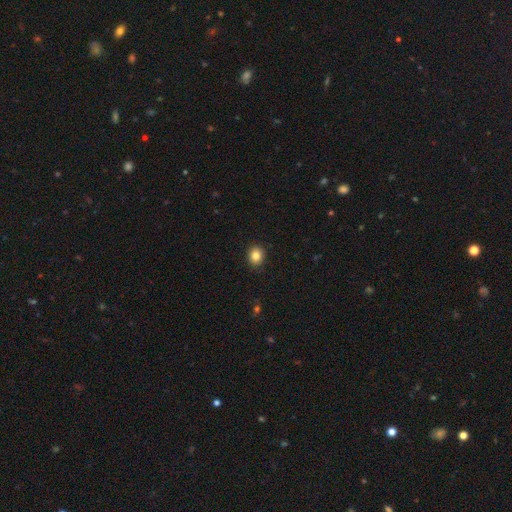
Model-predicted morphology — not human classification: smooth-or-featured: smooth: 84% | star or artifact: 10% | featured or disk: 6%
  how-rounded: round: 66% | in between: 33% | cigar-shaped: 1%
  merging: none: 90% | minor disturbance: 7% | major disturbance: 2% | merger: 1%